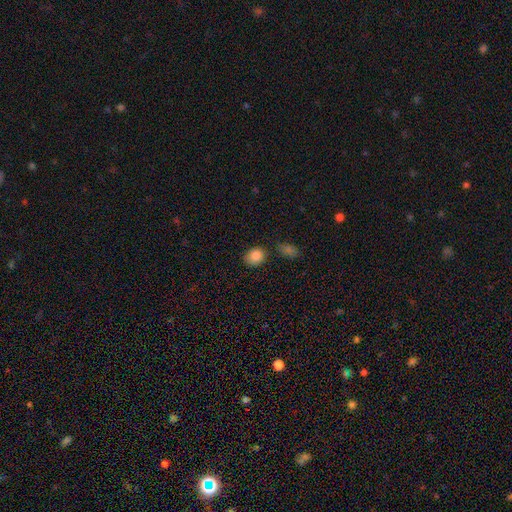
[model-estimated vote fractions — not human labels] smooth 86%, star or artifact 9%, featured or disk 5%. Down the decision tree: how rounded — round (52%); merging — none (76%).